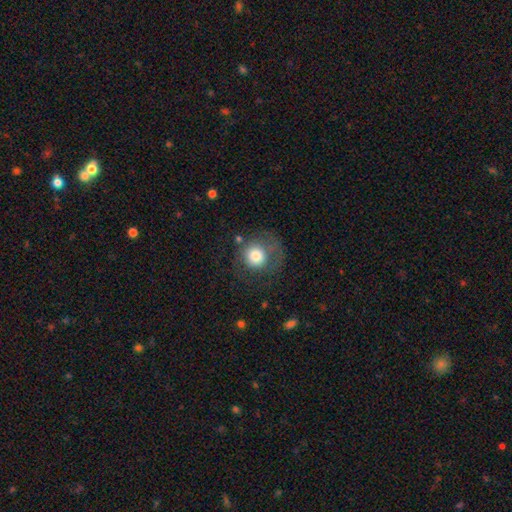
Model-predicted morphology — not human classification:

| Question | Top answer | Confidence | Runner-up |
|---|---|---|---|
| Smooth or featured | smooth | 73% | featured or disk (18%) |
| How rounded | round | 90% | in between (9%) |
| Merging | none | 54% | major disturbance (23%) |